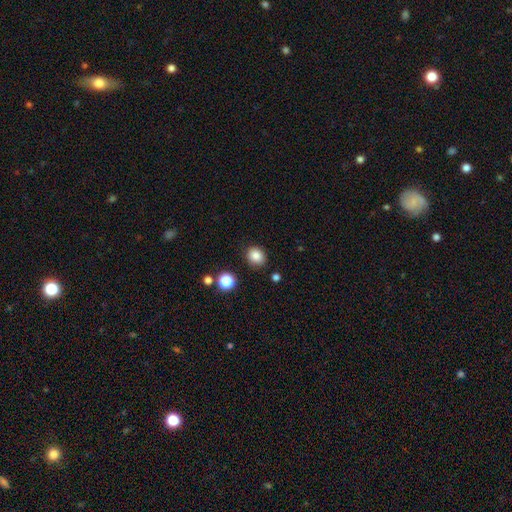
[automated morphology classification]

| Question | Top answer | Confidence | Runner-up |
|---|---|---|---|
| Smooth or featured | smooth | 84% | star or artifact (11%) |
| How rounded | round | 68% | in between (31%) |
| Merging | none | 86% | minor disturbance (9%) |